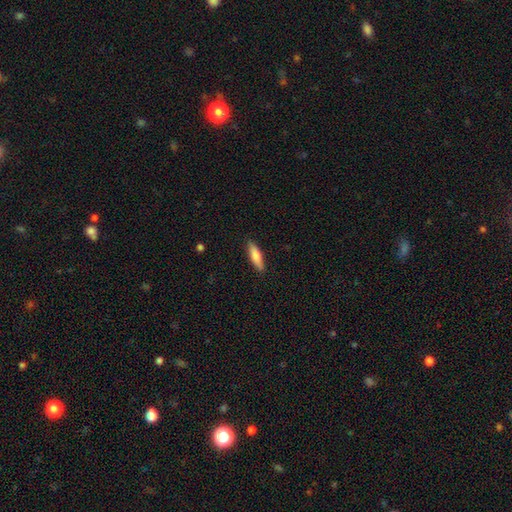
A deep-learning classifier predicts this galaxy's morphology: This is likely a smooth galaxy (77%). How rounded: likely cigar-shaped (65%). Merging: clearly none (88%).